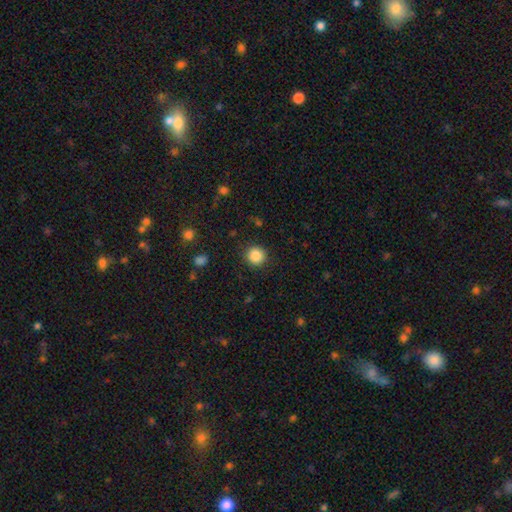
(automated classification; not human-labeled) Smooth or featured? smooth (86%)
How rounded? round (93%)
Merging? none (90%)